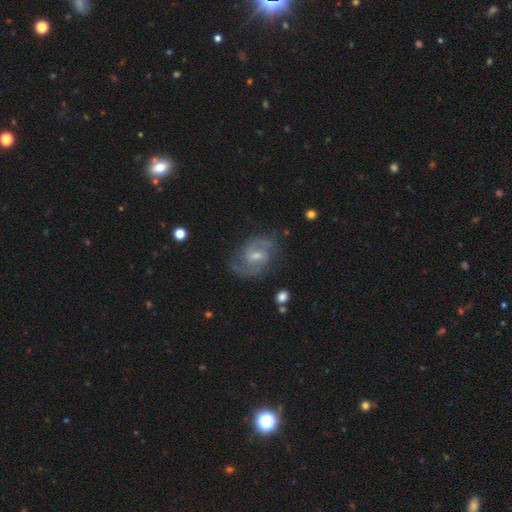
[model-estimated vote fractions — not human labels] Smooth or featured: featured or disk — 86% (smooth — 8%)
Edge-on disk: no — 97% (yes — 3%)
Bar: weak — 58% (no — 28%)
Spiral arms: yes — 96% (no — 4%)
Spiral winding: medium — 56% (tight — 28%)
Spiral arm count: 2 — 87% (can't tell — 6%)
Bulge size: small — 47% (moderate — 44%)
Merging: none — 78% (minor disturbance — 15%)